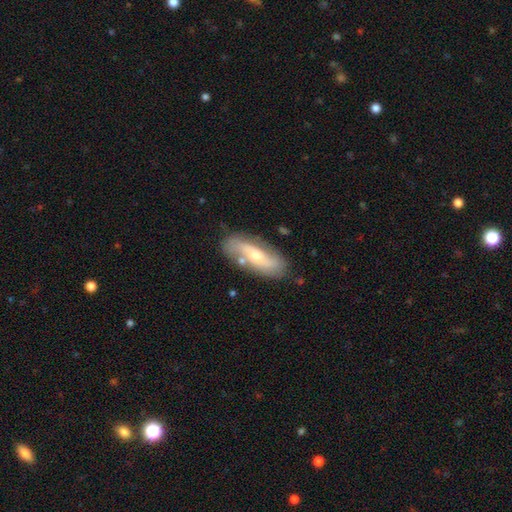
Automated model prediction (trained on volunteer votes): A featured or disk galaxy (63%). Merging: none (77%).